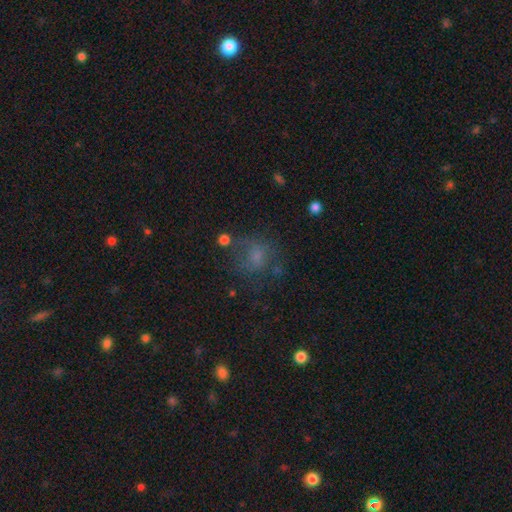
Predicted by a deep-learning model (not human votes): Smooth or featured? Predicted: smooth (p=0.60). How rounded? Predicted: round (p=0.67). Merging? Predicted: none (p=0.51).